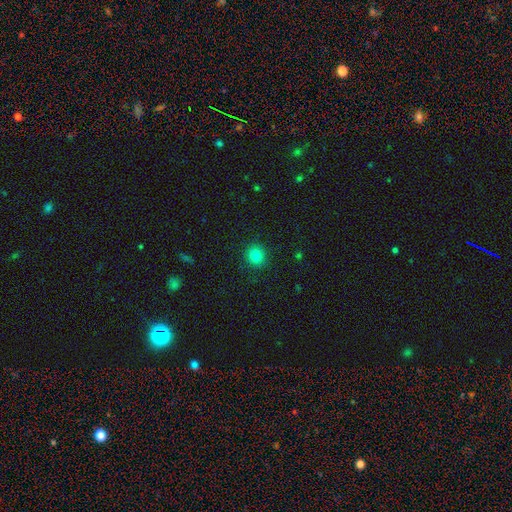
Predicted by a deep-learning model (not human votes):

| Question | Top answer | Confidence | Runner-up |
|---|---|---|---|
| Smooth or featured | smooth | 82% | star or artifact (12%) |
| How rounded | round | 89% | in between (10%) |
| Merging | none | 91% | minor disturbance (6%) |